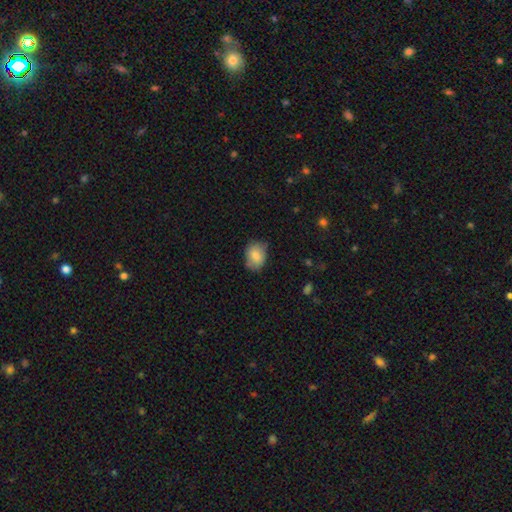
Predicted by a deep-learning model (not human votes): smooth_or_featured: smooth (p=0.82) [alt: featured or disk p=0.11]
how_rounded: in between (p=0.64) [alt: round p=0.35]
merging: none (p=0.71) [alt: minor disturbance p=0.23]